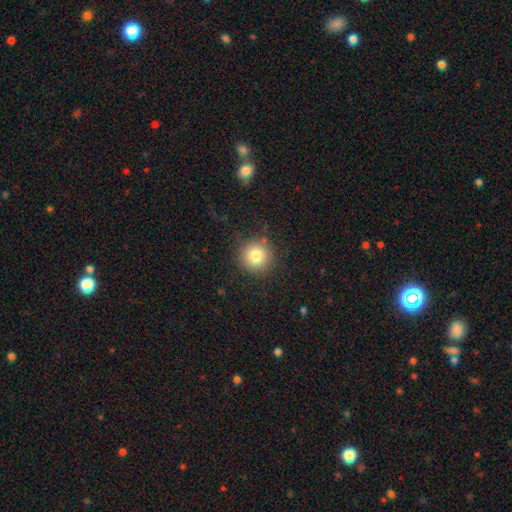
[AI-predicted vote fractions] Smooth or featured?
  - smooth: 81% *
  - star or artifact: 12%
  - featured or disk: 8%
How rounded?
  - round: 94% *
  - in between: 5%
  - cigar-shaped: 1%
Merging?
  - none: 86% *
  - minor disturbance: 9%
  - major disturbance: 3%
  - merger: 1%